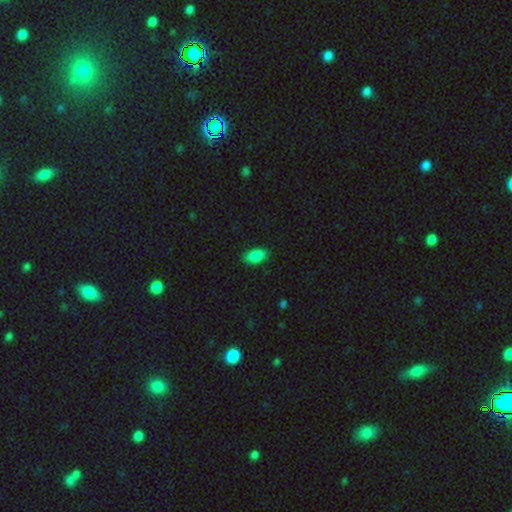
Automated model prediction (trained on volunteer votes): This appears to be a smooth galaxy with no disk features (87%) that is in between round and cigar-shaped (93%). Merging: none (87%).